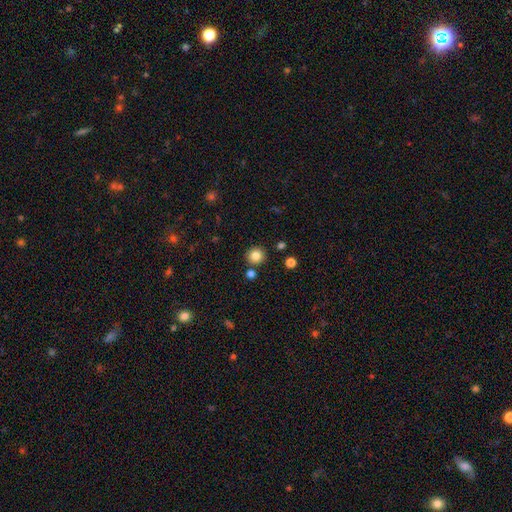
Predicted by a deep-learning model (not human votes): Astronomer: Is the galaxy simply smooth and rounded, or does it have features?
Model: smooth — 83%.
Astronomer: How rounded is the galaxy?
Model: round — 93%.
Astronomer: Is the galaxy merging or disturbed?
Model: none — 86%.